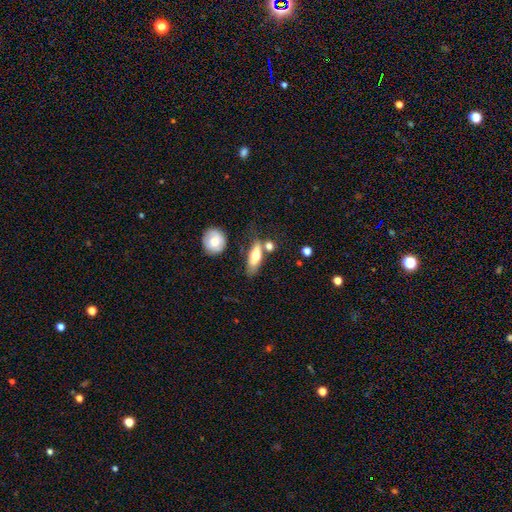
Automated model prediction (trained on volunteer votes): smooth 63%, featured or disk 31%, star or artifact 7%. Down the decision tree: how rounded — in between (62%); merging — none (57%).